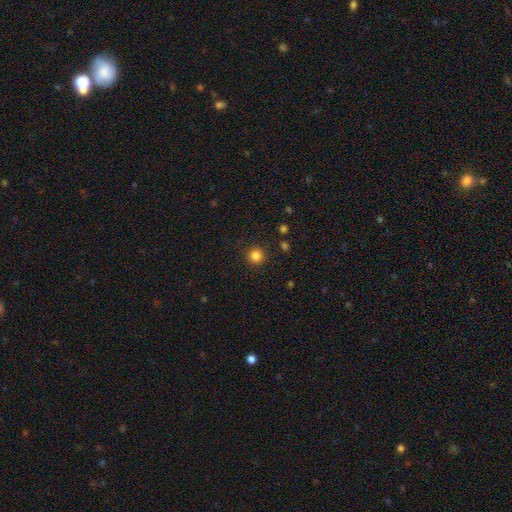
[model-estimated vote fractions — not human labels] Smooth or featured: smooth — 84% (star or artifact — 12%)
How rounded: round — 95% (in between — 4%)
Merging: none — 91% (minor disturbance — 6%)